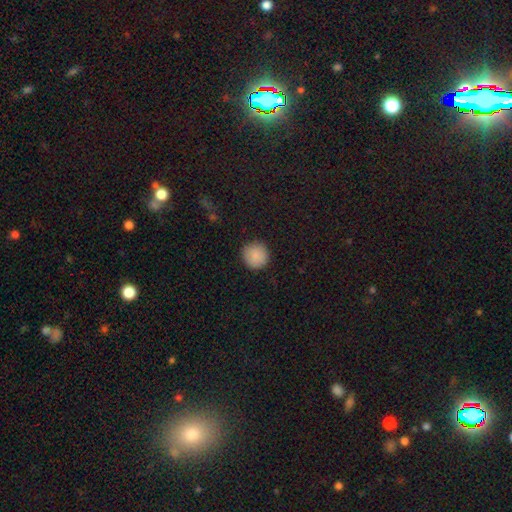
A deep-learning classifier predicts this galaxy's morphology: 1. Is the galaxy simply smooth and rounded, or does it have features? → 88% smooth, 8% star or artifact, 5% featured or disk.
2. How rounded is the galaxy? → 95% round, 4% in between, 1% cigar-shaped.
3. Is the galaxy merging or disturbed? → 90% none, 7% minor disturbance, 2% major disturbance, 1% merger.